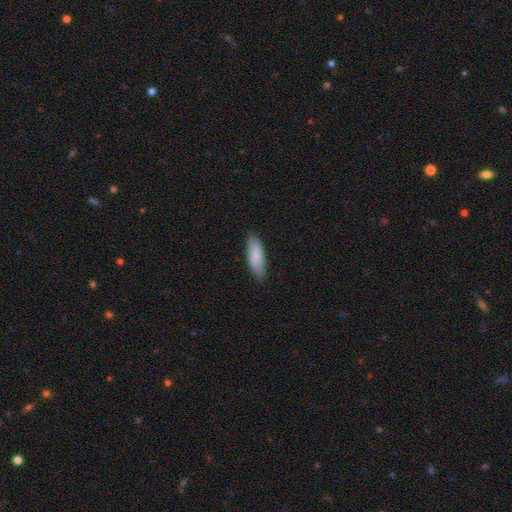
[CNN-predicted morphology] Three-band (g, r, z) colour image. It shows a smooth galaxy with no disk features (85%) that is in between round and cigar-shaped (58%). Merging: none (84%).